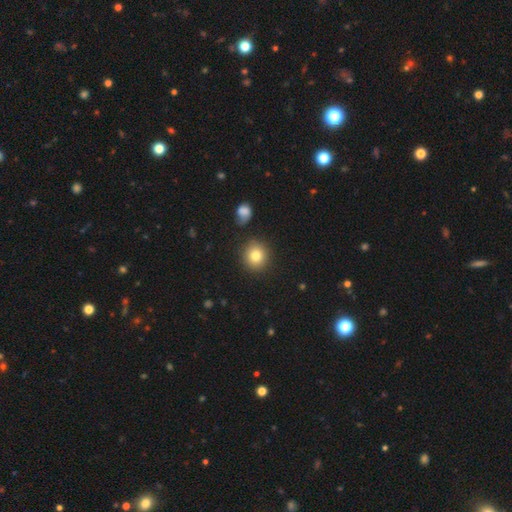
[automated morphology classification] type=smooth (81%); roundness=round (88%); merging=none (86%).